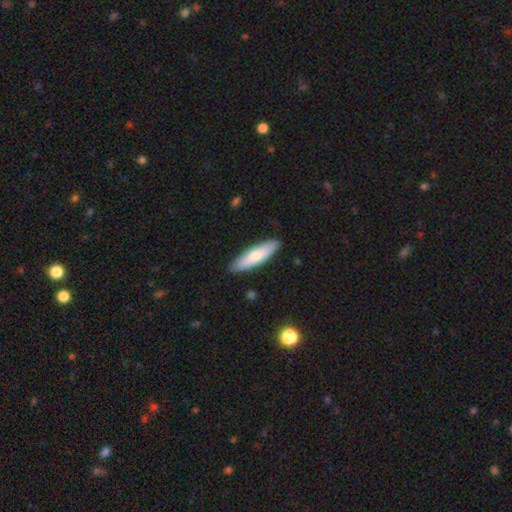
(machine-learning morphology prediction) Smooth or featured: smooth — 70% (featured or disk — 25%)
How rounded: cigar-shaped — 65% (in between — 33%)
Merging: none — 89% (minor disturbance — 8%)